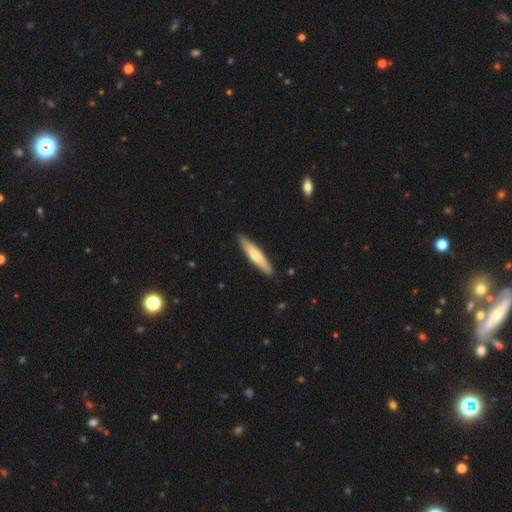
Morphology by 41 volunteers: A smooth galaxy with no disk features (61%) that is cigar-shaped (80%).

Vote fractions:
- Smooth or featured? smooth: 61% / featured or disk: 32% / star or artifact: 7%
- How rounded? cigar-shaped: 80% / in between: 20% / round: 0%
- Merging? none: 89% / minor disturbance: 8% / merger: 3% / major disturbance: 0%